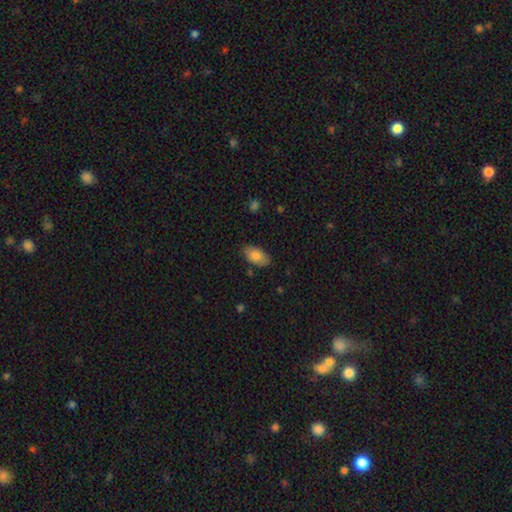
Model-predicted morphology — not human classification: smooth_or_featured: smooth (p=0.82) [alt: featured or disk p=0.11]
how_rounded: in between (p=0.94) [alt: round p=0.04]
merging: none (p=0.82) [alt: minor disturbance p=0.13]